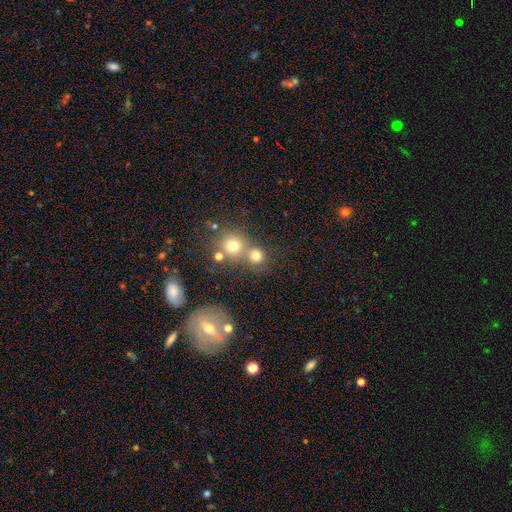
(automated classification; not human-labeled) Smooth or featured?
  - smooth: 75% *
  - star or artifact: 15%
  - featured or disk: 10%
How rounded?
  - round: 86% *
  - in between: 13%
  - cigar-shaped: 1%
Merging?
  - none: 53% *
  - merger: 36%
  - minor disturbance: 7%
  - major disturbance: 4%